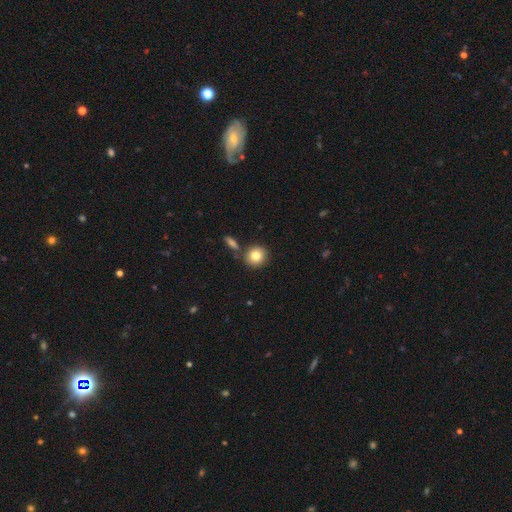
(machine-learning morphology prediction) This appears to be a smooth galaxy with no disk features (82%) that is round (88%). Merging: none (79%).